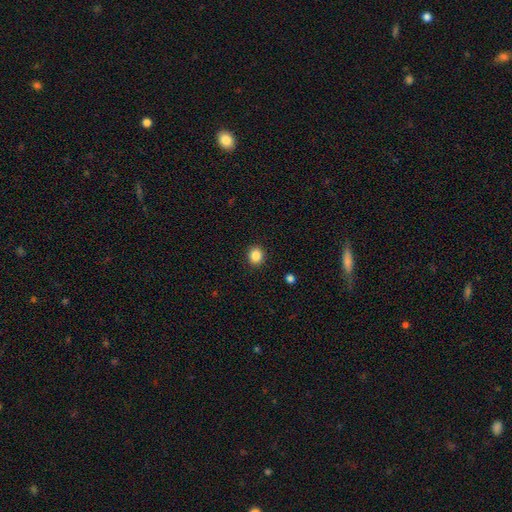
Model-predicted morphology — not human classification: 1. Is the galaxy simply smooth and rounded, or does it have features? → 86% smooth, 10% star or artifact, 4% featured or disk.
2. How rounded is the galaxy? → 80% round, 20% in between, 1% cigar-shaped.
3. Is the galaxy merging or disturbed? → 91% none, 6% minor disturbance, 2% major disturbance, 1% merger.